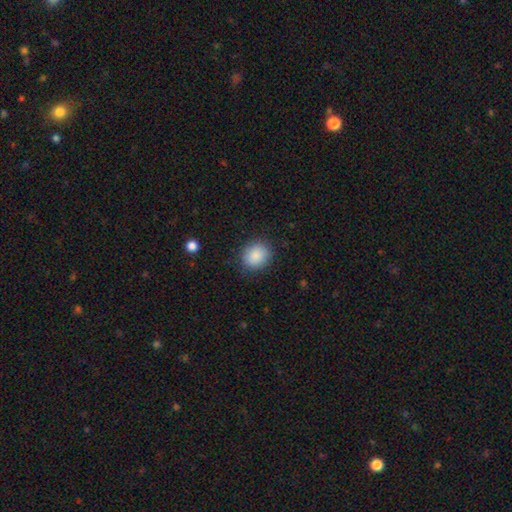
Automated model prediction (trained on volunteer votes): Smooth or featured? smooth (88%)
How rounded? round (70%)
Merging? none (86%)